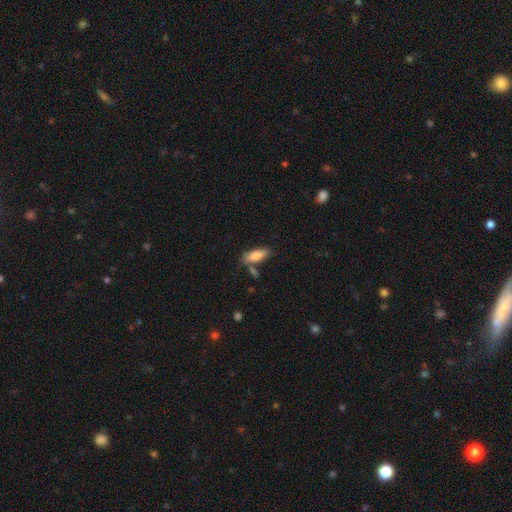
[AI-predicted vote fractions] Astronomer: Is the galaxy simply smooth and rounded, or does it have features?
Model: smooth — 82%.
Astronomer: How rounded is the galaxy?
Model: in between — 74%.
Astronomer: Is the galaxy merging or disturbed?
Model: none — 65%.